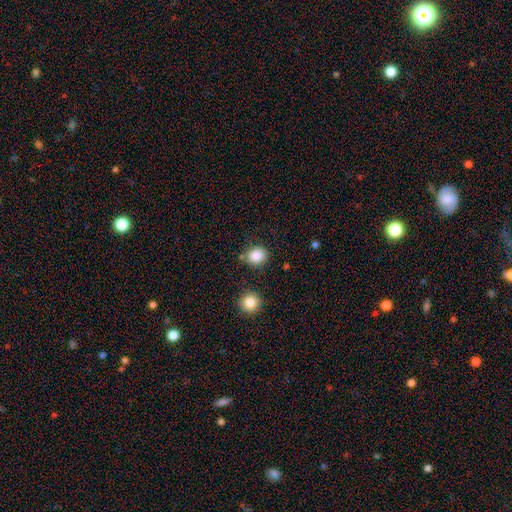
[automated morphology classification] A smooth galaxy with no disk features (86%) that is round (78%).

Vote fractions:
- Smooth or featured? smooth: 86% / star or artifact: 10% / featured or disk: 4%
- How rounded? round: 78% / in between: 21% / cigar-shaped: 1%
- Merging? none: 80% / minor disturbance: 11% / merger: 6% / major disturbance: 3%